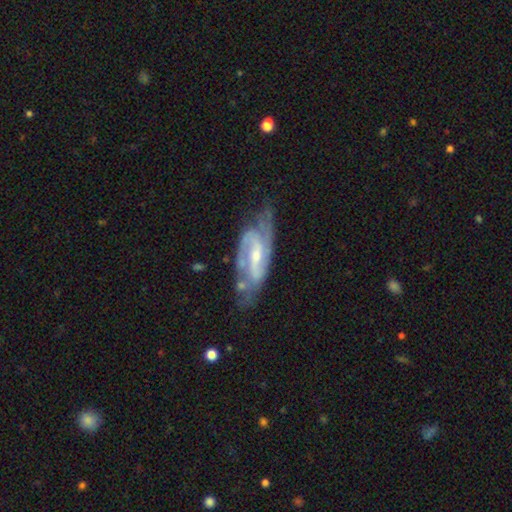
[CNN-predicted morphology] The model was most divided on "bar": weak: 45%, strong: 37%, no: 18%. More confident: spiral arms — yes (96%); edge-on disk — no (94%); smooth or featured — featured or disk (88%); spiral arm count — 2 (85%); merging — none (62%); bulge size — small (53%); spiral winding — medium (51%).